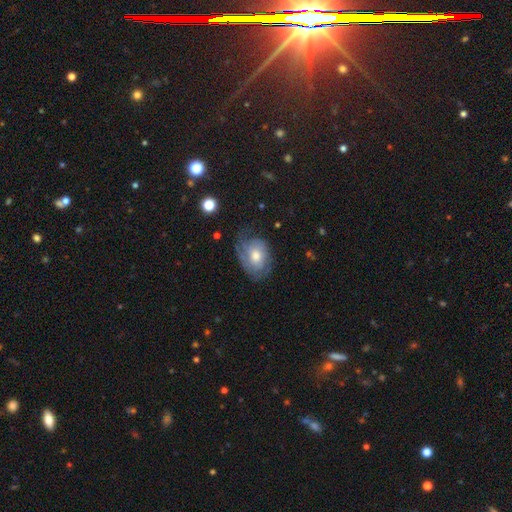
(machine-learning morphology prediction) Smooth or featured?
  - featured or disk: 64% *
  - smooth: 29%
  - star or artifact: 7%
Edge-on disk?
  - no: 96% *
  - yes: 4%
Bar?
  - no: 77% *
  - weak: 20%
  - strong: 3%
Spiral arms?
  - yes: 84% *
  - no: 16%
Spiral winding?
  - tight: 54% *
  - medium: 32%
  - loose: 14%
Spiral arm count?
  - can't tell: 36% *
  - 2: 33%
  - 1: 15%
  - 3: 9%
  - 4: 3%
  - more than 4: 3%
Bulge size?
  - moderate: 69% *
  - small: 19%
  - large: 10%
  - none: 2%
  - dominant: 1%
Merging?
  - none: 59% *
  - minor disturbance: 25%
  - major disturbance: 14%
  - merger: 2%